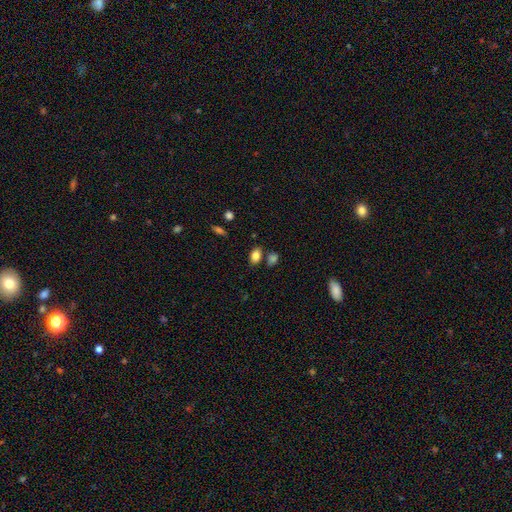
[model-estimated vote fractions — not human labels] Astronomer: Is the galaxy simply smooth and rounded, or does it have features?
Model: smooth — 83%.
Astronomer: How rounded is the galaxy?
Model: in between — 83%.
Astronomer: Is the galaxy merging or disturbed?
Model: none — 76%.